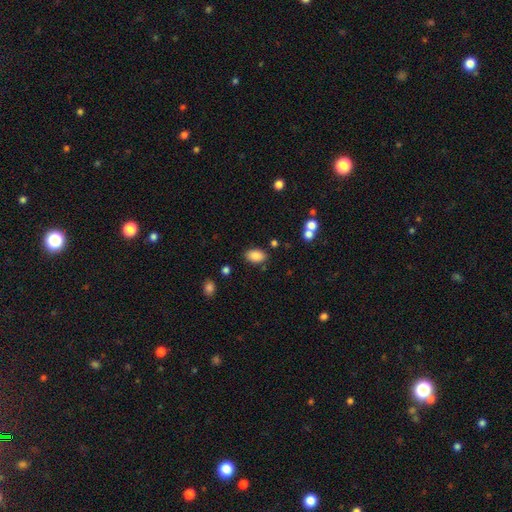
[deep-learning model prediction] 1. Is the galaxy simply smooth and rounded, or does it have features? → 87% smooth, 9% star or artifact, 5% featured or disk.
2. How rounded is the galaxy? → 90% in between, 9% round, 1% cigar-shaped.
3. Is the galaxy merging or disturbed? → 82% none, 11% minor disturbance, 3% merger, 3% major disturbance.